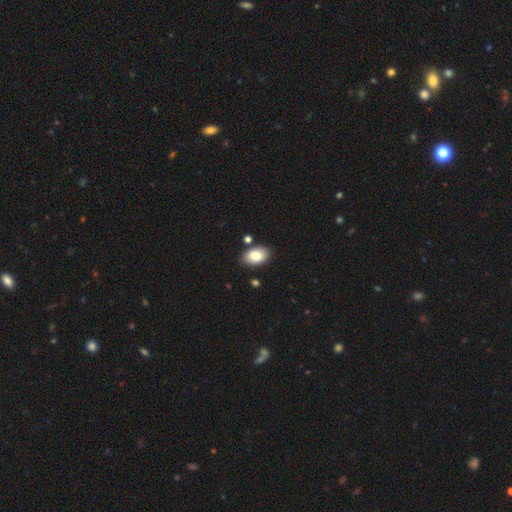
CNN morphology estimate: smooth_or_featured: smooth (p=0.85) [alt: featured or disk p=0.08]
how_rounded: in between (p=0.91) [alt: round p=0.08]
merging: none (p=0.81) [alt: minor disturbance p=0.11]